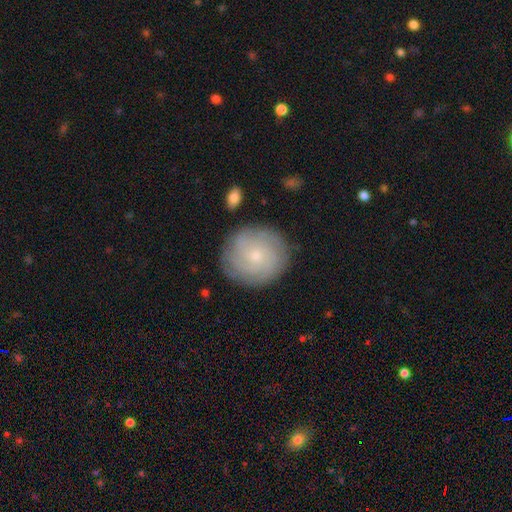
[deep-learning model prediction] Q: Smooth or featured?
A: featured or disk (57%); runner-up: smooth (34%)
Q: Edge-on disk?
A: no (97%); runner-up: yes (3%)
Q: Bar?
A: no (81%); runner-up: weak (17%)
Q: Spiral arms?
A: yes (89%); runner-up: no (11%)
Q: Bulge size?
A: small (74%); runner-up: moderate (22%)
Q: Merging?
A: none (85%); runner-up: minor disturbance (10%)